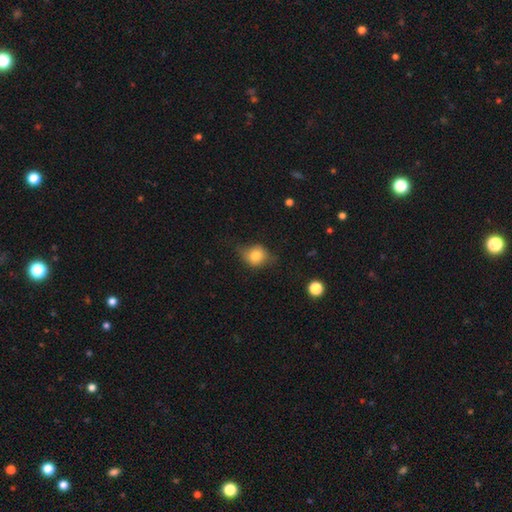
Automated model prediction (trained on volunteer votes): Morphology: type=smooth (71%); roundness=round (69%); merging=none (57%).